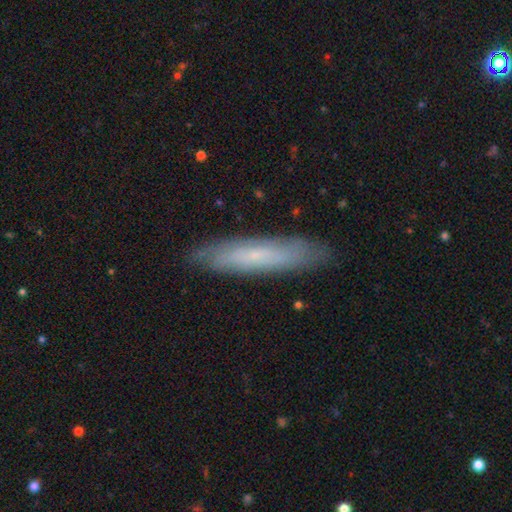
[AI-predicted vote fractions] Smooth or featured: featured or disk — 47% (smooth — 46%)
Merging: none — 85% (minor disturbance — 11%)